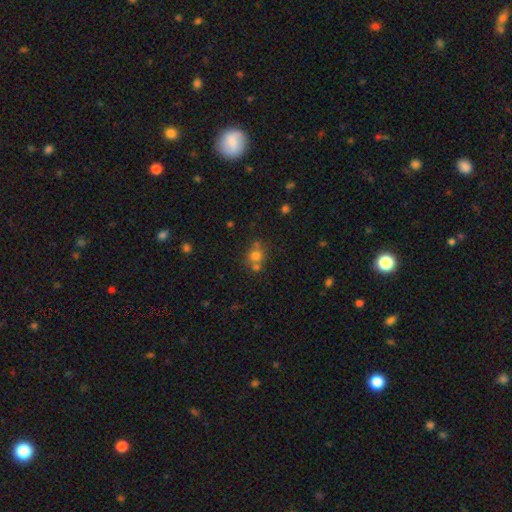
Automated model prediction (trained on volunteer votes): The model was most divided on "merging": none: 49%, merger: 35%, minor disturbance: 11%, major disturbance: 5%. More confident: how rounded — round (73%); smooth or featured — smooth (68%).